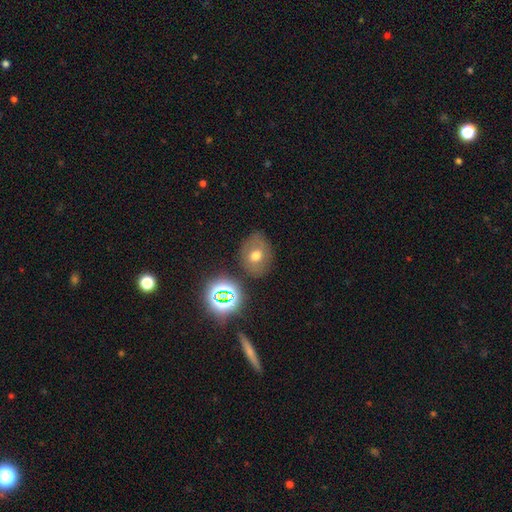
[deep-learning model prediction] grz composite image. It shows a smooth galaxy with no disk features (60%) that is round (53%). Merging: none (74%).